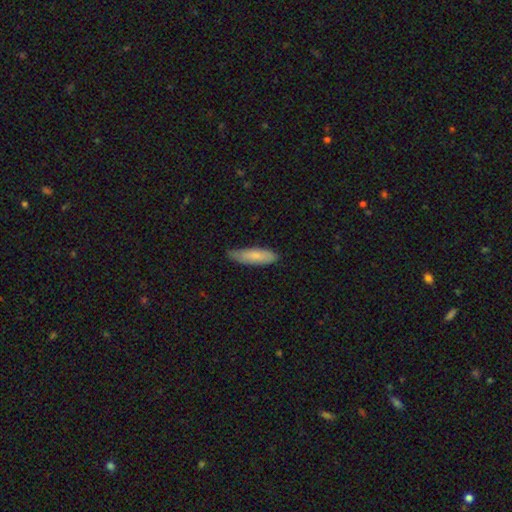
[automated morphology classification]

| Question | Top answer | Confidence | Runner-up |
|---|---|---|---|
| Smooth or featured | smooth | 79% | featured or disk (16%) |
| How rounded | cigar-shaped | 55% | in between (43%) |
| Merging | none | 67% | minor disturbance (28%) |